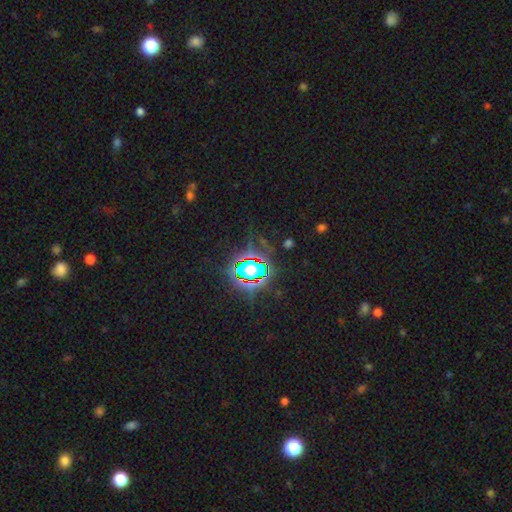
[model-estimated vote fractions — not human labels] star or artifact 82%, smooth 12%, featured or disk 7%.